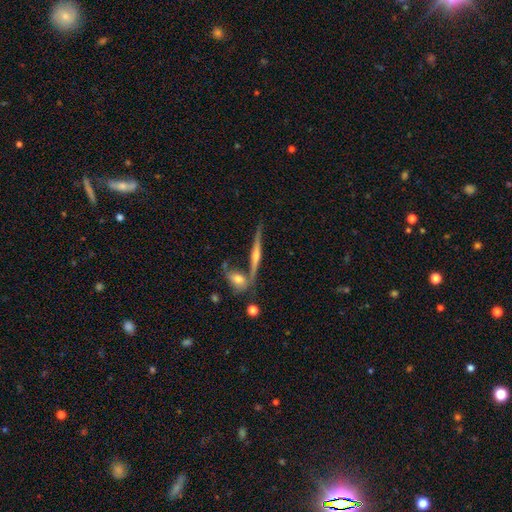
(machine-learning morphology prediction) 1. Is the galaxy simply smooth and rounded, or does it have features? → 78% featured or disk, 15% smooth, 7% star or artifact.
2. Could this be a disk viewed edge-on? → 97% yes, 3% no.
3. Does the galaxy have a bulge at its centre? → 84% rounded, 9% none, 8% boxy.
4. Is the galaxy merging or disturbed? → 71% none, 14% merger, 11% minor disturbance, 3% major disturbance.